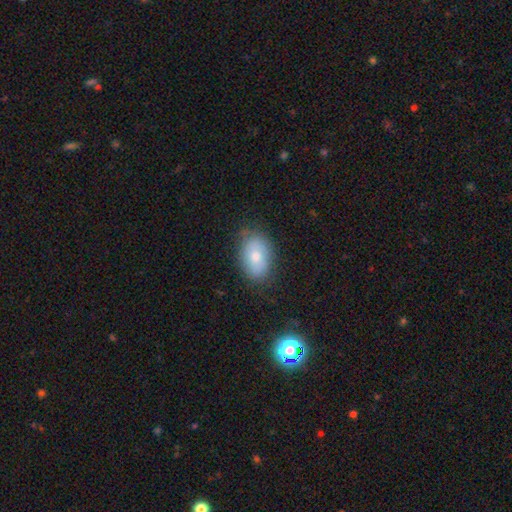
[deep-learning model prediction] Smooth or featured? Predicted: smooth (p=0.72). How rounded? Predicted: in between (p=0.86). Merging? Predicted: none (p=0.79).